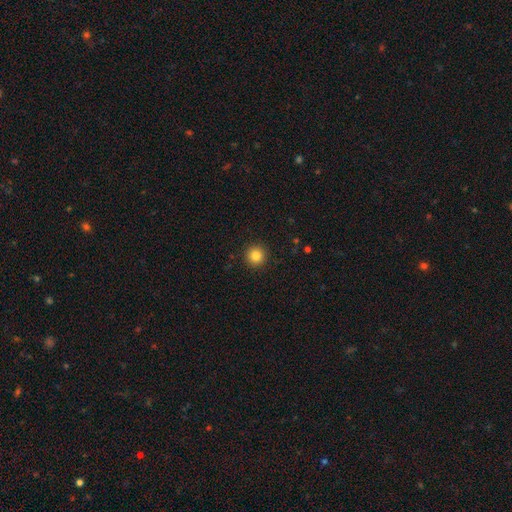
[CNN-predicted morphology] Smooth or featured?
  - smooth: 84% *
  - star or artifact: 11%
  - featured or disk: 5%
How rounded?
  - round: 96% *
  - in between: 4%
  - cigar-shaped: 1%
Merging?
  - none: 93% *
  - minor disturbance: 4%
  - major disturbance: 2%
  - merger: 1%